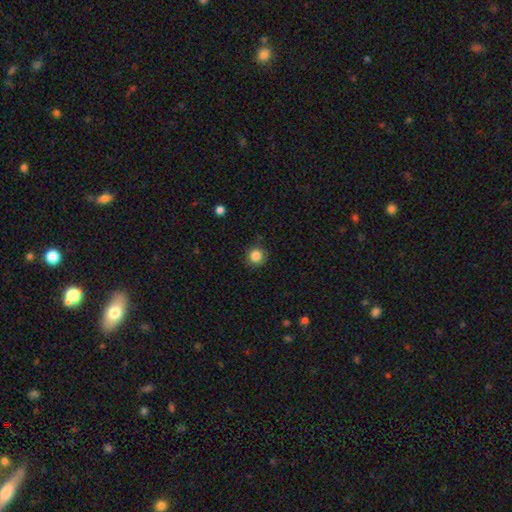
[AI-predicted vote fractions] This appears to be a smooth galaxy with no disk features (86%) that is round (93%). Merging: none (87%).